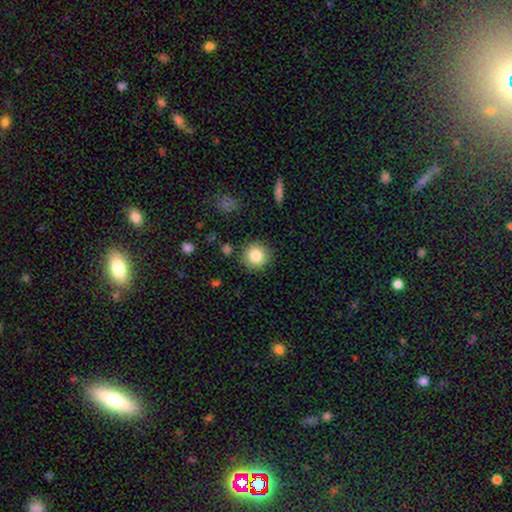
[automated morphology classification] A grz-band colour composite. It shows a smooth galaxy with no disk features (83%) that is round (92%). Merging: none (88%).